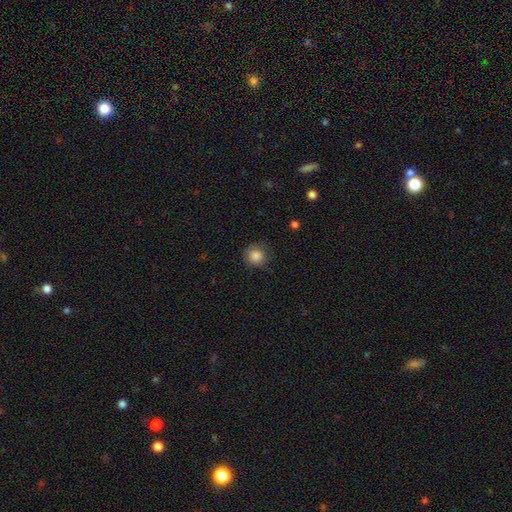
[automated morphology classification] smooth-or-featured: smooth: 86% | star or artifact: 10% | featured or disk: 5%
  how-rounded: round: 90% | in between: 9% | cigar-shaped: 1%
  merging: none: 82% | minor disturbance: 13% | major disturbance: 4% | merger: 1%